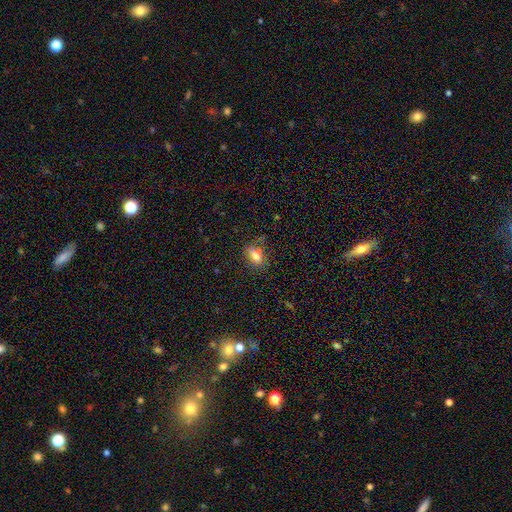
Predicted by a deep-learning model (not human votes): smooth-or-featured: smooth: 76% | star or artifact: 15% | featured or disk: 9%
  how-rounded: in between: 77% | round: 18% | cigar-shaped: 5%
  merging: none: 75% | minor disturbance: 17% | major disturbance: 5% | merger: 3%